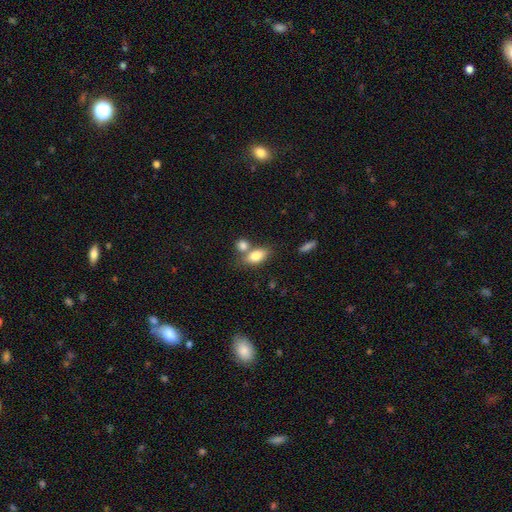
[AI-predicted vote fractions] The model was most divided on "merging": none: 48%, merger: 36%, minor disturbance: 12%, major disturbance: 4%. More confident: how rounded — in between (83%); smooth or featured — smooth (80%).